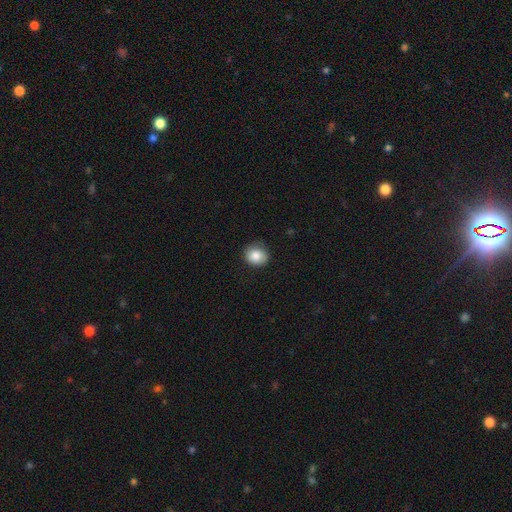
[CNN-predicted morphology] A smooth galaxy with no disk features (84%) that is round (77%).

Vote fractions:
- Smooth or featured? smooth: 84% / star or artifact: 9% / featured or disk: 7%
- How rounded? round: 77% / in between: 22% / cigar-shaped: 1%
- Merging? none: 80% / minor disturbance: 16% / major disturbance: 3% / merger: 1%